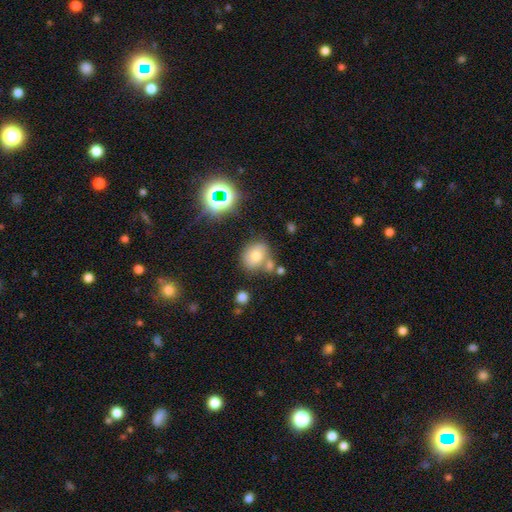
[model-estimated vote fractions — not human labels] Morphology: type=smooth (67%); roundness=round (56%); merging=none (59%).